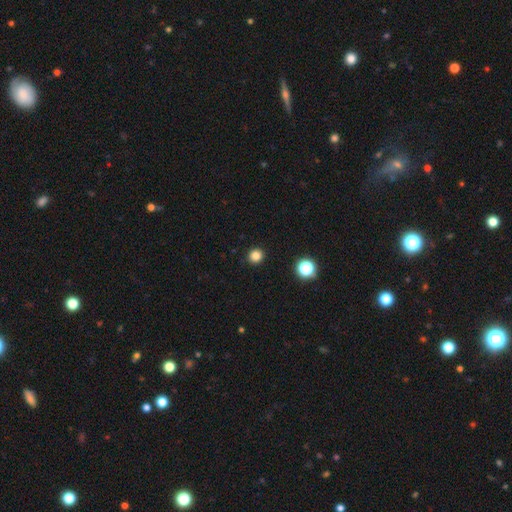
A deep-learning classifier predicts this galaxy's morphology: Overall: smooth (83%). How rounded: round (92%). Merging: none (93%).